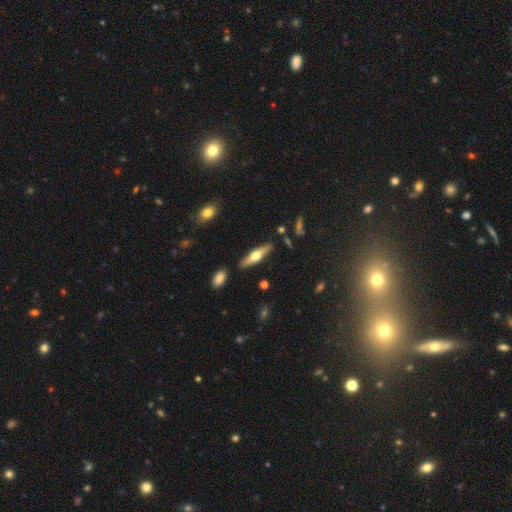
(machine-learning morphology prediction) This is possibly a featured or disk galaxy (56%). It is clearly viewed edge-on (92%). Edge-on bulge: clearly rounded (94%). Merging: clearly none (85%).